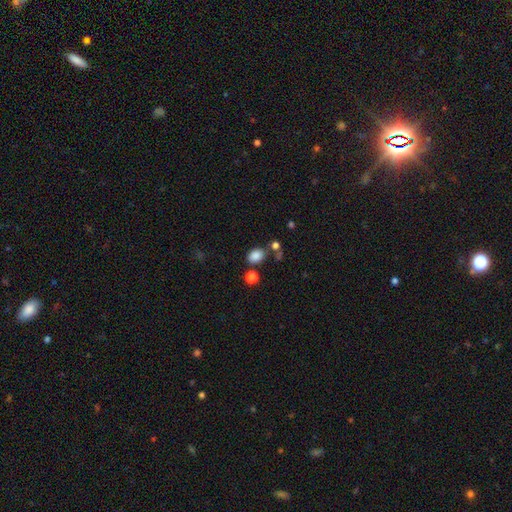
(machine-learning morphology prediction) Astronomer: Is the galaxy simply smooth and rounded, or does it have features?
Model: smooth — 84%.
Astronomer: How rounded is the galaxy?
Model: in between — 69%.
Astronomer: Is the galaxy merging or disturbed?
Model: none — 72%.